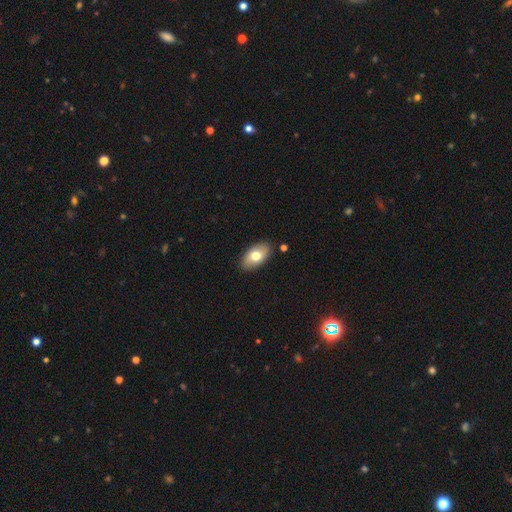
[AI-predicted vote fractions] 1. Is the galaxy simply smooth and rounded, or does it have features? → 71% smooth, 22% featured or disk, 6% star or artifact.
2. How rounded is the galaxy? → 93% in between, 5% round, 2% cigar-shaped.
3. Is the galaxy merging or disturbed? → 87% none, 9% minor disturbance, 2% major disturbance, 2% merger.